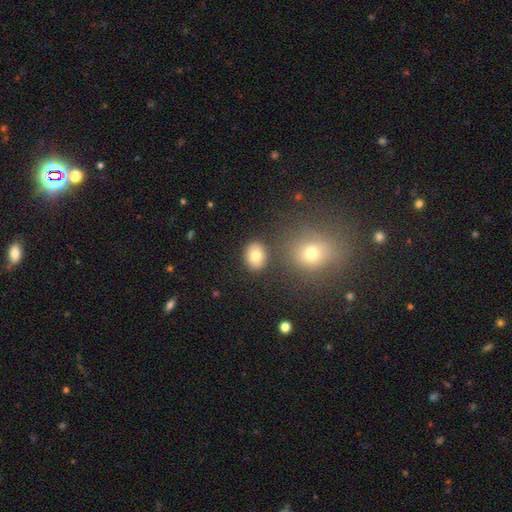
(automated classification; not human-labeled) Smooth or featured: smooth — 80% (star or artifact — 10%)
How rounded: in between — 56% (round — 43%)
Merging: none — 83% (minor disturbance — 9%)